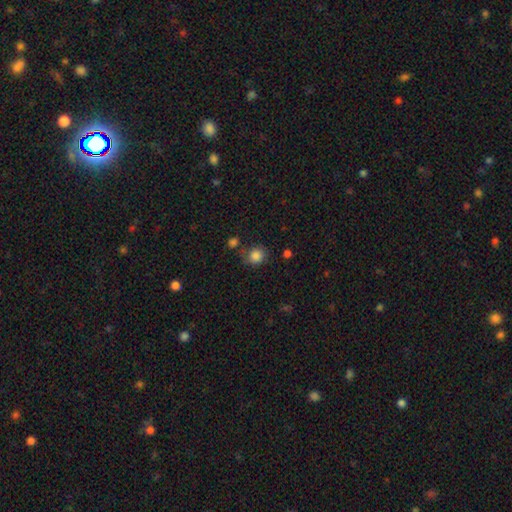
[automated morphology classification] Q: Smooth or featured?
A: smooth (85%); runner-up: star or artifact (10%)
Q: How rounded?
A: round (79%); runner-up: in between (20%)
Q: Merging?
A: none (67%); runner-up: minor disturbance (18%)